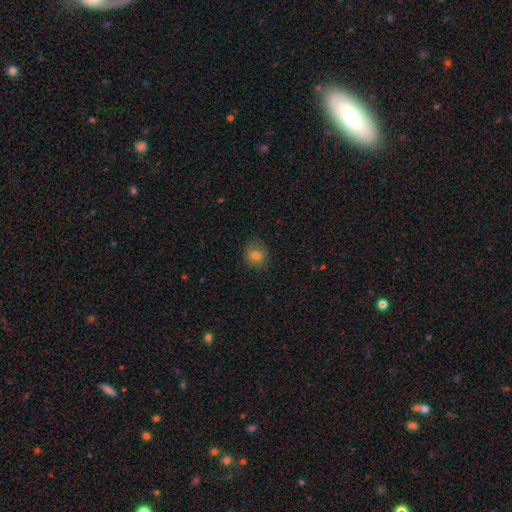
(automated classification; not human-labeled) This is likely a smooth galaxy (78%). How rounded: likely round (72%). Merging: clearly none (81%).